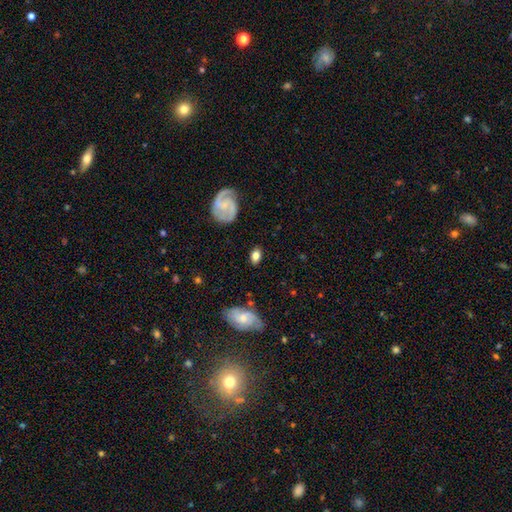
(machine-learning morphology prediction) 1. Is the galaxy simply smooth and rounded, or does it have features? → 65% smooth, 27% featured or disk, 8% star or artifact.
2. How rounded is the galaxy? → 81% in between, 15% round, 4% cigar-shaped.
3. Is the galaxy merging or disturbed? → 80% none, 14% minor disturbance, 4% major disturbance, 3% merger.